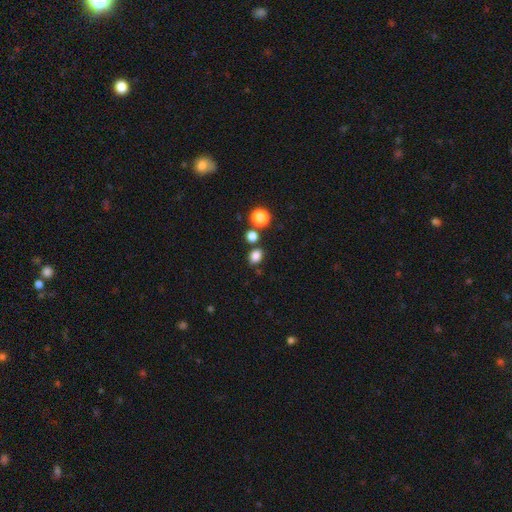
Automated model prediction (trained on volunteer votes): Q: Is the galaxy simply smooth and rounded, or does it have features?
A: smooth — 82%.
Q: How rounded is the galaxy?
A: in between — 60%.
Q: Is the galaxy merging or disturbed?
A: none — 75%.